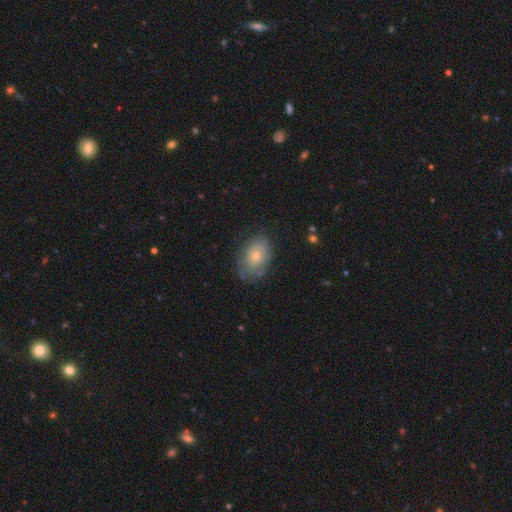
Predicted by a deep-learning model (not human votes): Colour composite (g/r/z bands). It shows a smooth galaxy with no disk features (59%) that is in between round and cigar-shaped (83%). Merging: none (69%).